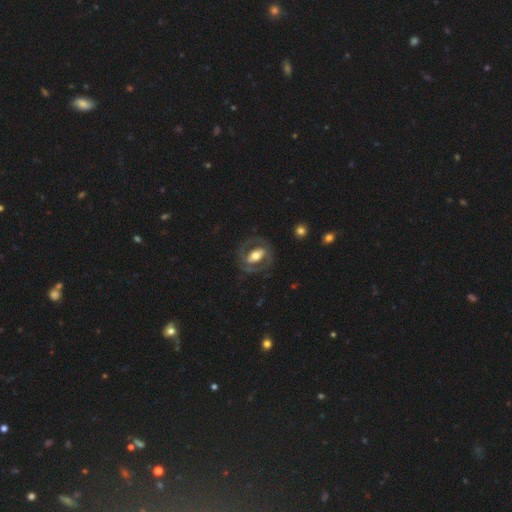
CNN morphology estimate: The model was most divided on "spiral arms": yes: 58%, no: 42%. Remaining: edge-on disk — no (93%); smooth or featured — featured or disk (74%); merging — none (72%); bulge size — moderate (61%); bar — strong (45%).